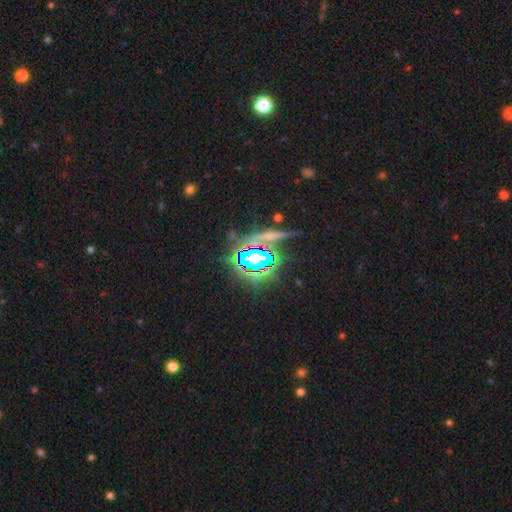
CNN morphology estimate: Q: Smooth or featured?
A: star or artifact (63%); runner-up: smooth (21%)